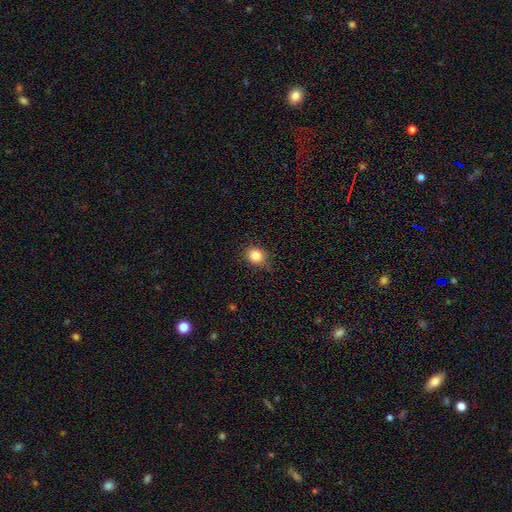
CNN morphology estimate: Smooth or featured? Predicted: smooth (p=0.85). How rounded? Predicted: round (p=0.64). Merging? Predicted: none (p=0.80).